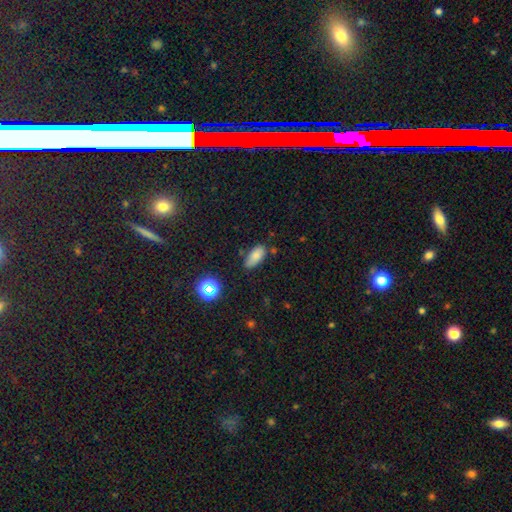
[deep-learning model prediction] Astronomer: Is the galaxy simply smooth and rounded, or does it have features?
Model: smooth — 80%.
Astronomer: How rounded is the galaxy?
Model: in between — 87%.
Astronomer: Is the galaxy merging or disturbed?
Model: none — 75%.